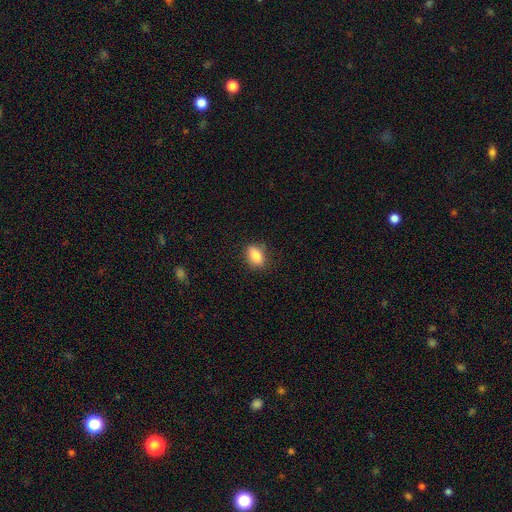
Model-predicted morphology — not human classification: This appears to be a smooth galaxy with no disk features (85%) that is in between round and cigar-shaped (83%). Merging: none (82%).